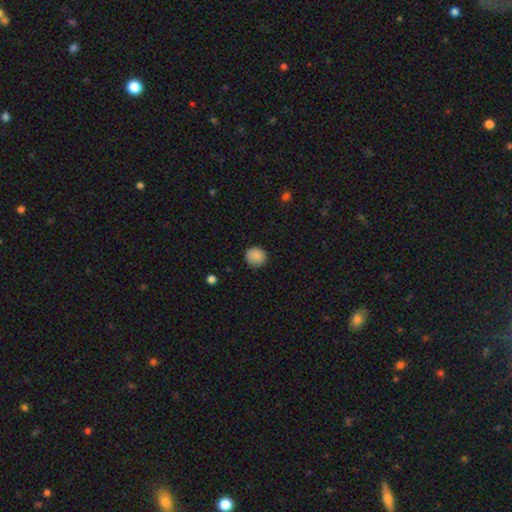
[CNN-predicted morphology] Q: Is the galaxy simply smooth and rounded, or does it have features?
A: smooth — 88%.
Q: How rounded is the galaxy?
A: round — 90%.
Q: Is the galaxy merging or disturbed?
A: none — 87%.